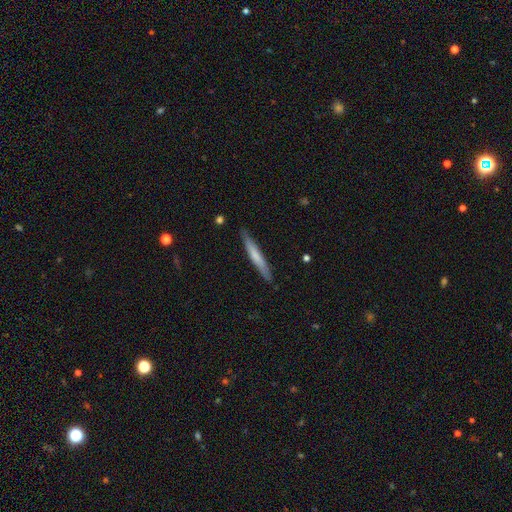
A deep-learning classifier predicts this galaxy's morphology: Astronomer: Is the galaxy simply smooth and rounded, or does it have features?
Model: smooth — 62%.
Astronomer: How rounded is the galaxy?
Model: cigar-shaped — 96%.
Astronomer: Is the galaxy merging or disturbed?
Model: none — 88%.